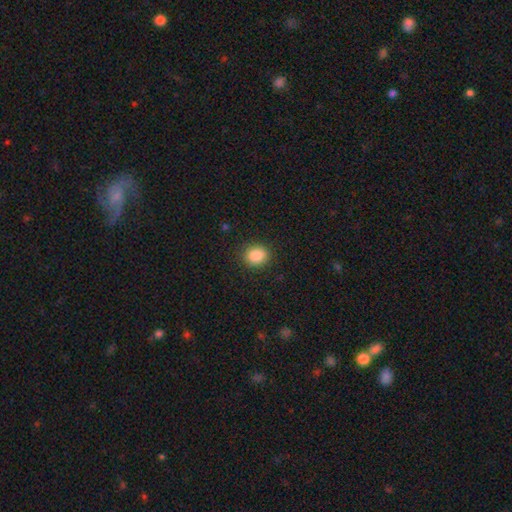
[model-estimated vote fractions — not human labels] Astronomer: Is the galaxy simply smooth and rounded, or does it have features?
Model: smooth — 85%.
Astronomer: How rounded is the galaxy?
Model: round — 71%.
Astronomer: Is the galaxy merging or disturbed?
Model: none — 89%.